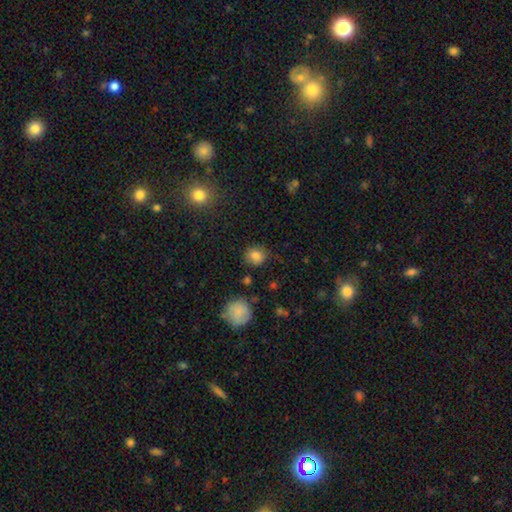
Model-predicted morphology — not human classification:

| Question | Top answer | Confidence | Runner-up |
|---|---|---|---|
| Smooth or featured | smooth | 82% | star or artifact (12%) |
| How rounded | round | 83% | in between (16%) |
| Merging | none | 83% | minor disturbance (11%) |